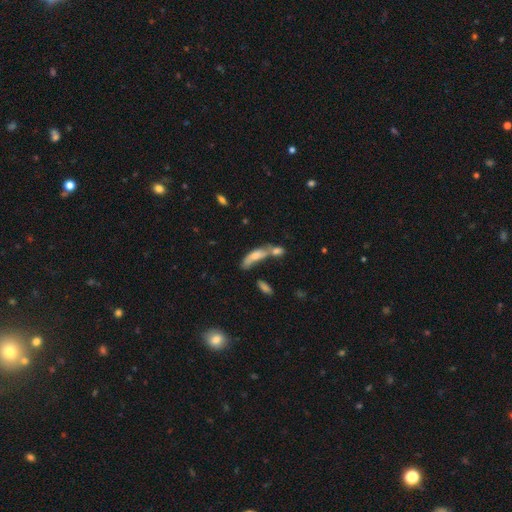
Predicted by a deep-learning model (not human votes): smooth_or_featured: smooth (p=0.64) [alt: featured or disk p=0.27]
how_rounded: in between (p=0.51) [alt: cigar-shaped p=0.46]
merging: merger (p=0.53) [alt: none p=0.25]